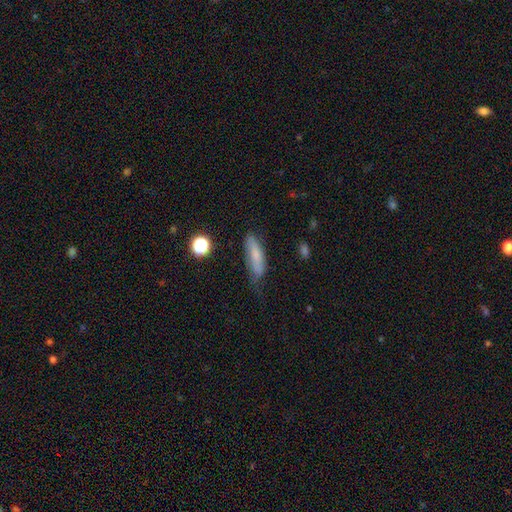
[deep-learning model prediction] Smooth or featured: smooth — 68% (featured or disk — 23%)
How rounded: cigar-shaped — 57% (in between — 40%)
Merging: none — 55% (minor disturbance — 31%)